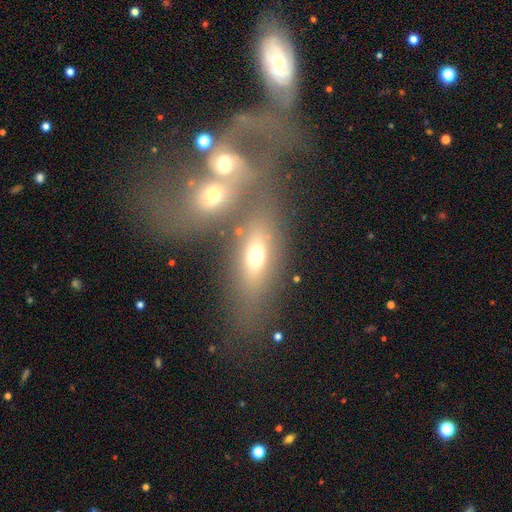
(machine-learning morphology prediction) This is possibly a smooth galaxy (59%). How rounded: likely in between (64%). Merging: marginally merger (42%, tied with none).